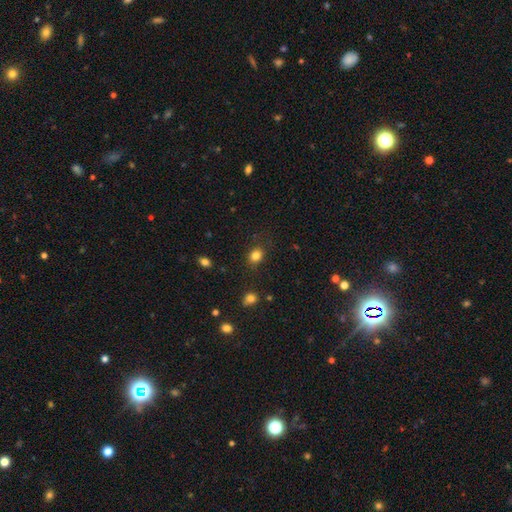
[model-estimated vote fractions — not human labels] smooth-or-featured: smooth: 83% | star or artifact: 12% | featured or disk: 5%
  how-rounded: round: 53% | in between: 46% | cigar-shaped: 1%
  merging: none: 82% | minor disturbance: 12% | major disturbance: 4% | merger: 2%